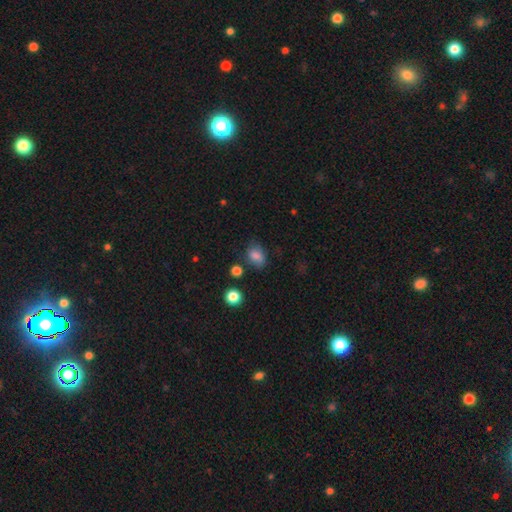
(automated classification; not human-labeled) A smooth galaxy with no disk features (81%) that is in between round and cigar-shaped (71%).

Vote fractions:
- Smooth or featured? smooth: 81% / star or artifact: 11% / featured or disk: 8%
- How rounded? in between: 71% / round: 28% / cigar-shaped: 1%
- Merging? none: 67% / minor disturbance: 22% / major disturbance: 7% / merger: 4%